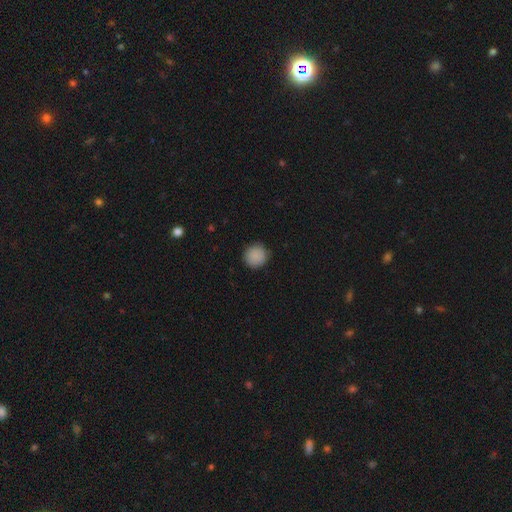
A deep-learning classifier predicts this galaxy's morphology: Smooth or featured: smooth — 89% (star or artifact — 8%)
How rounded: round — 93% (in between — 6%)
Merging: none — 89% (minor disturbance — 8%)